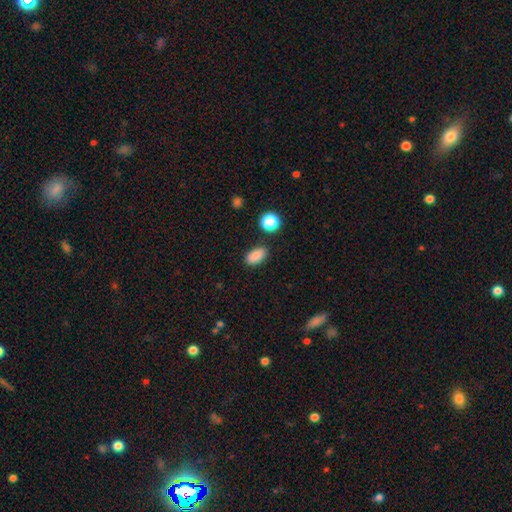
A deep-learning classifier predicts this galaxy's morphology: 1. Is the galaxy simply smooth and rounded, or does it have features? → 87% smooth, 9% star or artifact, 4% featured or disk.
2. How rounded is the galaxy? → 89% in between, 7% round, 4% cigar-shaped.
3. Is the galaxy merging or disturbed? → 86% none, 9% minor disturbance, 3% merger, 2% major disturbance.